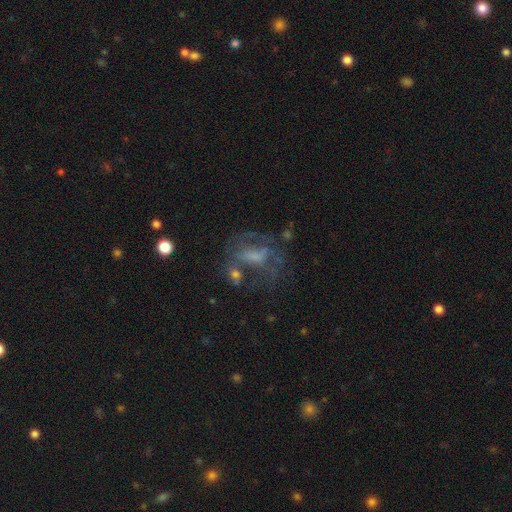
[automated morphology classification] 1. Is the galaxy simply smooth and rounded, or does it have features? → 55% featured or disk, 30% smooth, 15% star or artifact.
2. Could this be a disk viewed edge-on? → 95% no, 5% yes.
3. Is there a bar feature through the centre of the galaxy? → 50% no, 33% weak, 17% strong.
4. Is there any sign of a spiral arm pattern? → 61% no, 39% yes.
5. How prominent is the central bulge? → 39% none, 25% moderate, 25% small, 9% large, 2% dominant.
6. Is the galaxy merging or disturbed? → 38% none, 34% major disturbance, 17% minor disturbance, 10% merger.